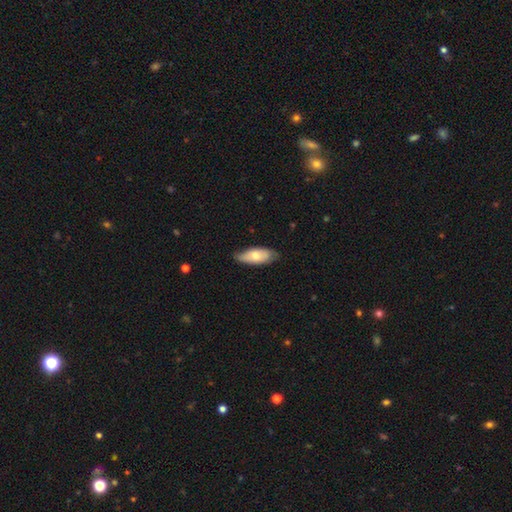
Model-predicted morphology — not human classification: Smooth or featured: smooth — 68% (featured or disk — 27%)
How rounded: in between — 83% (cigar-shaped — 15%)
Merging: none — 72% (minor disturbance — 23%)